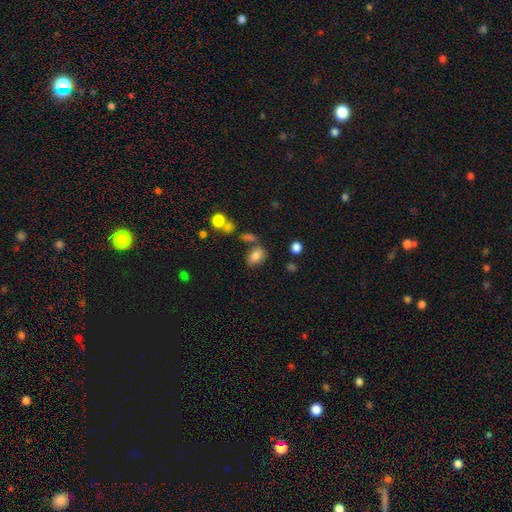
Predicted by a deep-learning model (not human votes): This appears to be a smooth galaxy with no disk features (81%) that is in between round and cigar-shaped (84%). Merging: none (63%).